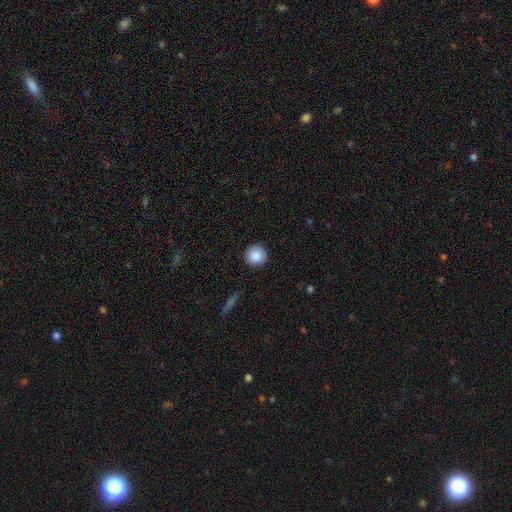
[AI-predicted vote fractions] A smooth galaxy with no disk features (87%) that is round (94%).

Vote fractions:
- Smooth or featured? smooth: 87% / star or artifact: 8% / featured or disk: 5%
- How rounded? round: 94% / in between: 5% / cigar-shaped: 1%
- Merging? none: 91% / minor disturbance: 6% / major disturbance: 2% / merger: 1%